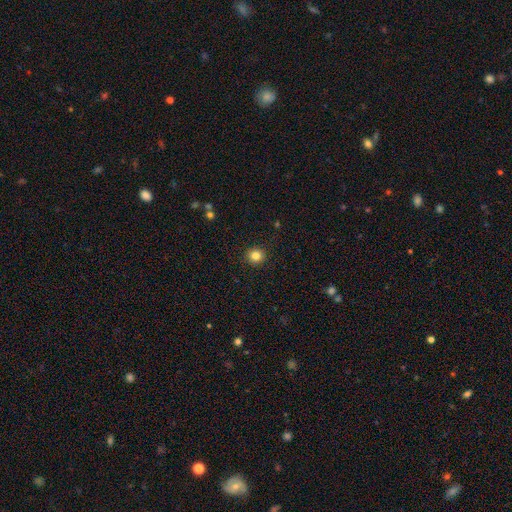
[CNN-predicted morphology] Smooth or featured?
  - smooth: 83% *
  - star or artifact: 11%
  - featured or disk: 6%
How rounded?
  - round: 88% *
  - in between: 12%
  - cigar-shaped: 1%
Merging?
  - none: 92% *
  - minor disturbance: 6%
  - major disturbance: 2%
  - merger: 1%